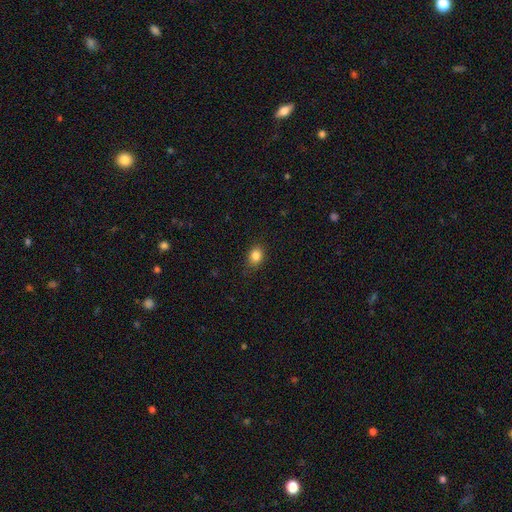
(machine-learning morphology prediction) Overall: smooth (84%). How rounded: in between (55%; round 44%). Merging: none (84%).